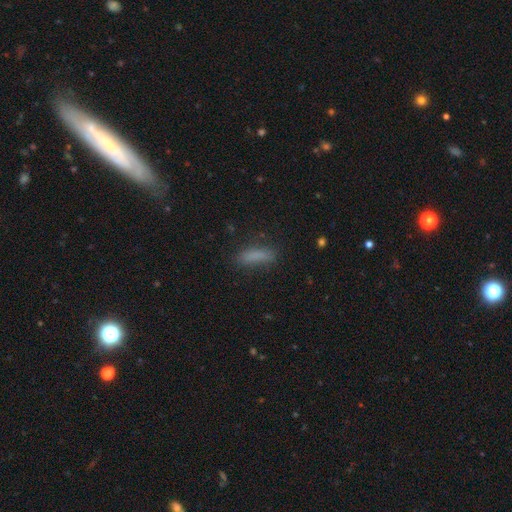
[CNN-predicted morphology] Smooth or featured?
  - smooth: 81% *
  - star or artifact: 10%
  - featured or disk: 9%
How rounded?
  - cigar-shaped: 62% *
  - in between: 35%
  - round: 2%
Merging?
  - none: 76% *
  - minor disturbance: 16%
  - major disturbance: 5%
  - merger: 2%